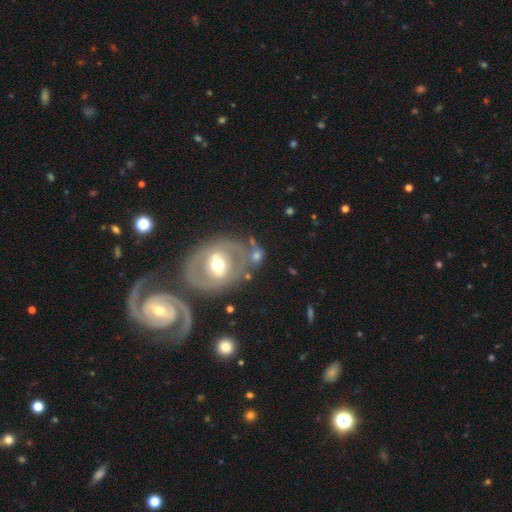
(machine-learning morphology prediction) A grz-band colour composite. It shows a featured or disk galaxy (54%). Merging: none (57%).